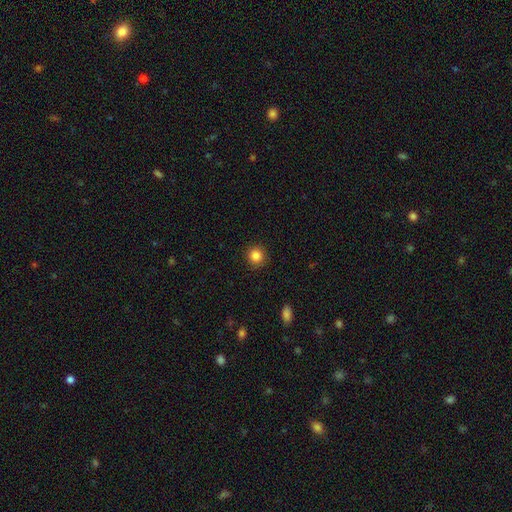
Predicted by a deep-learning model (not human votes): Smooth or featured? smooth (85%)
How rounded? round (93%)
Merging? none (91%)